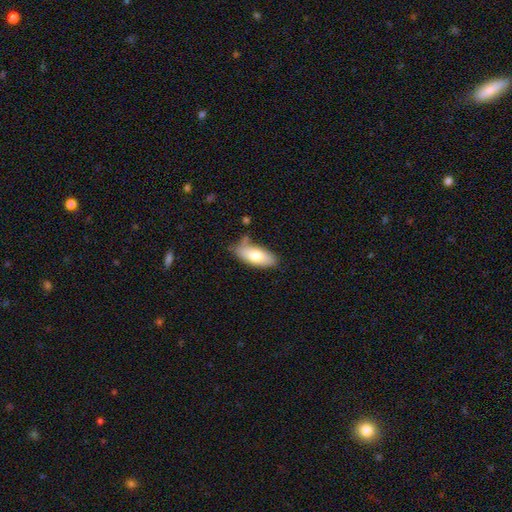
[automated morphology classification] smooth-or-featured: smooth: 74% | featured or disk: 19% | star or artifact: 6%
  how-rounded: in between: 86% | cigar-shaped: 12% | round: 2%
  merging: none: 64% | minor disturbance: 24% | merger: 6% | major disturbance: 6%